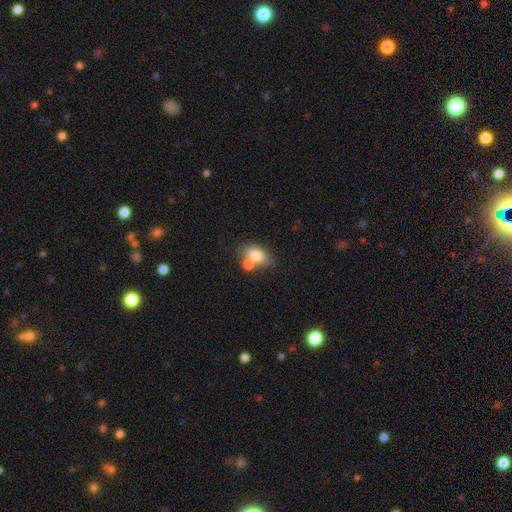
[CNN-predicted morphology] Q: Smooth or featured?
A: smooth (75%); runner-up: featured or disk (17%)
Q: How rounded?
A: in between (82%); runner-up: round (15%)
Q: Merging?
A: none (48%); runner-up: merger (35%)